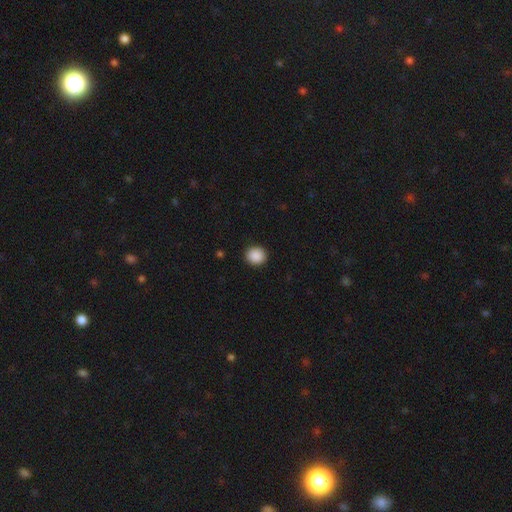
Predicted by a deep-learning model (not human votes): smooth_or_featured: smooth (p=0.90) [alt: star or artifact p=0.08]
how_rounded: round (p=0.85) [alt: in between p=0.14]
merging: none (p=0.91) [alt: minor disturbance p=0.06]